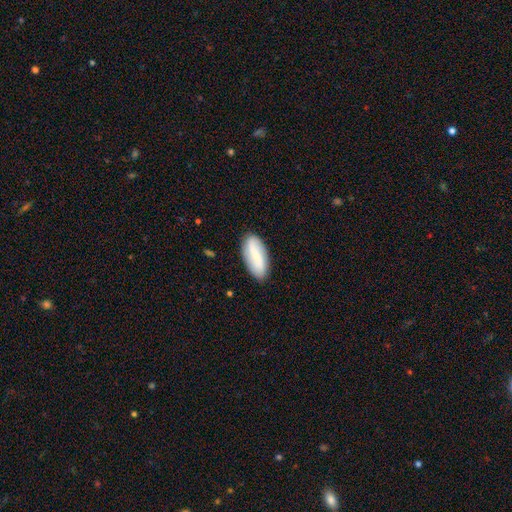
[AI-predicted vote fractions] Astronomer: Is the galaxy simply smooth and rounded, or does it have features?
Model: smooth — 56% (runner-up: featured or disk, 37%).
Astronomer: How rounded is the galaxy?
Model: in between — 81%.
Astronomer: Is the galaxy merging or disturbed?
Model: none — 85%.